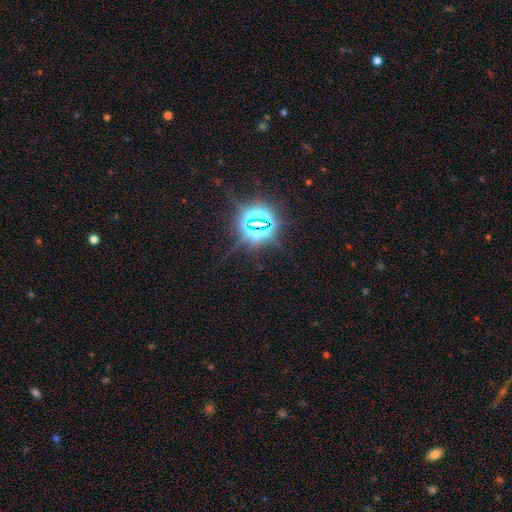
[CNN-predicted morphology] smooth-or-featured: star or artifact: 84% | smooth: 10% | featured or disk: 6%